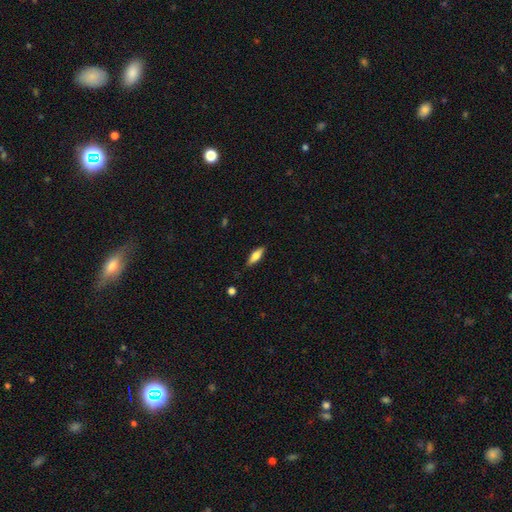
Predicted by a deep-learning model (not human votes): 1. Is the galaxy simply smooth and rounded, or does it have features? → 65% smooth, 29% featured or disk, 6% star or artifact.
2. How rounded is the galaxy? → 55% in between, 43% cigar-shaped, 2% round.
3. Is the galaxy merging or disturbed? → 85% none, 12% minor disturbance, 2% major disturbance, 1% merger.